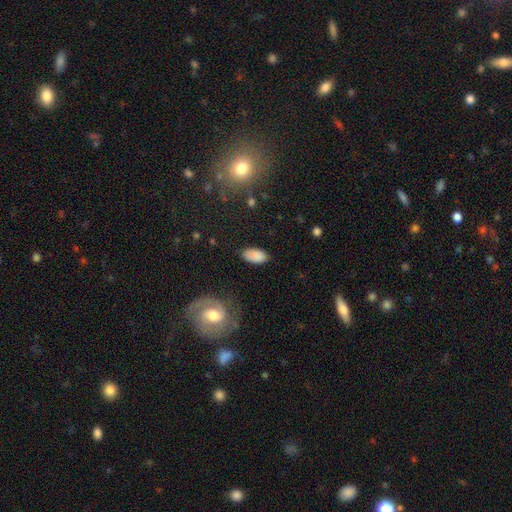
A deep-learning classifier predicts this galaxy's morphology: A smooth galaxy with no disk features (84%) that is in between round and cigar-shaped (95%).

Vote fractions:
- Smooth or featured? smooth: 84% / star or artifact: 8% / featured or disk: 8%
- How rounded? in between: 95% / round: 3% / cigar-shaped: 2%
- Merging? none: 80% / minor disturbance: 14% / major disturbance: 4% / merger: 2%